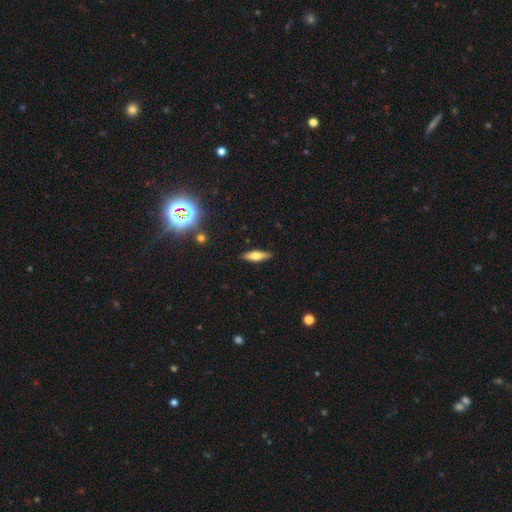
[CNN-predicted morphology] A smooth galaxy with no disk features (48%). Merging: none (89%).